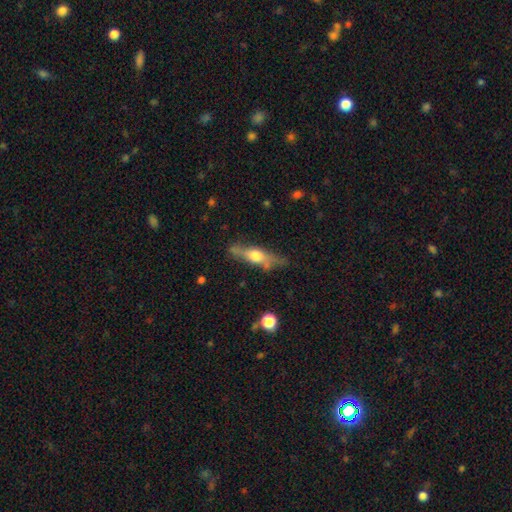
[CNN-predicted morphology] Smooth or featured? Predicted: featured or disk (p=0.54). Edge-on disk? Predicted: yes (p=0.86). Merging? Predicted: none (p=0.68).